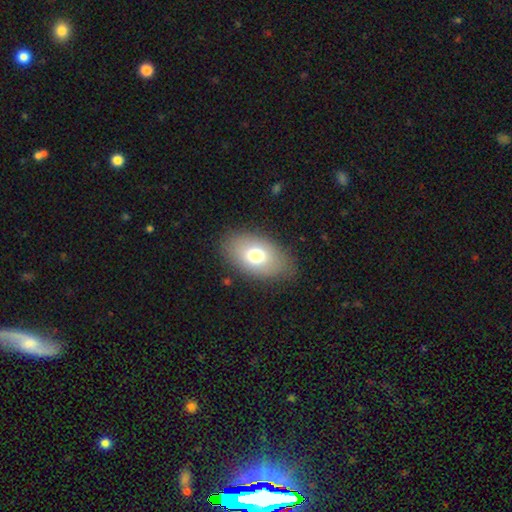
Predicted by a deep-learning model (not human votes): smooth-or-featured: smooth: 72% | featured or disk: 19% | star or artifact: 9%
  how-rounded: in between: 88% | round: 10% | cigar-shaped: 2%
  merging: none: 82% | minor disturbance: 13% | major disturbance: 4% | merger: 1%